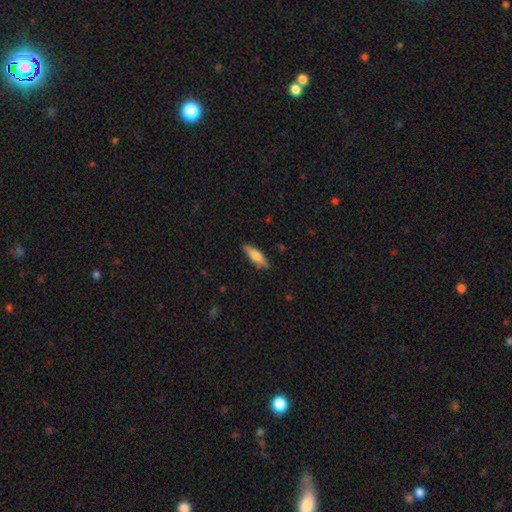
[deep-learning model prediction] Overall: smooth (65%; featured or disk 29%). How rounded: cigar-shaped (57%; in between 41%). Merging: none (87%).